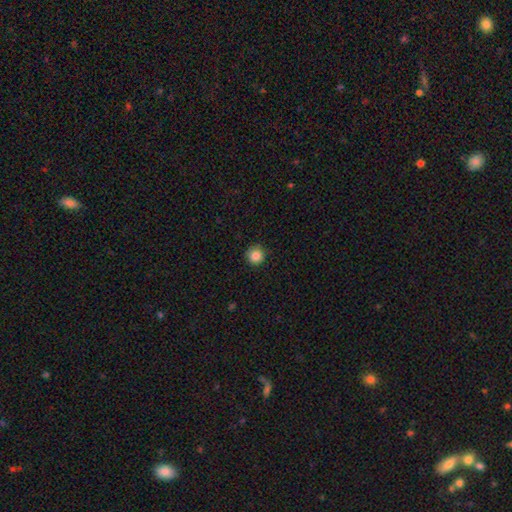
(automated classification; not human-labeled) The model was most divided on "smooth or featured": smooth: 86%, star or artifact: 10%, featured or disk: 4%. More confident: how rounded — round (95%); merging — none (86%).